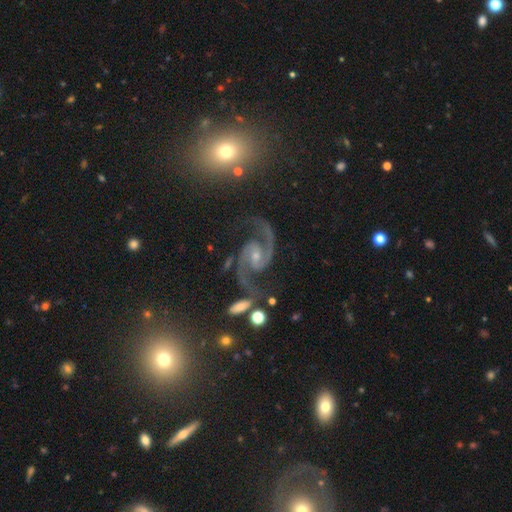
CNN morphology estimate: Smooth or featured?
  - featured or disk: 92% *
  - star or artifact: 6%
  - smooth: 3%
Edge-on disk?
  - no: 98% *
  - yes: 2%
Bar?
  - no: 48% *
  - weak: 38%
  - strong: 14%
Spiral arms?
  - yes: 99% *
  - no: 1%
Spiral winding?
  - medium: 63% *
  - loose: 21%
  - tight: 16%
Spiral arm count?
  - 2: 94% *
  - 3: 2%
  - can't tell: 1%
  - 1: 1%
  - 4: 1%
  - more than 4: 1%
Bulge size?
  - small: 65% *
  - moderate: 28%
  - none: 4%
  - large: 2%
  - dominant: 1%
Merging?
  - none: 71% *
  - minor disturbance: 15%
  - major disturbance: 9%
  - merger: 5%